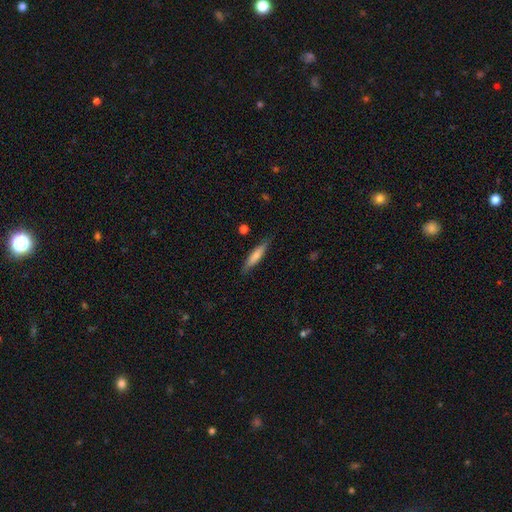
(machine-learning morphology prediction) Smooth or featured? smooth (70%)
How rounded? cigar-shaped (84%)
Merging? none (83%)